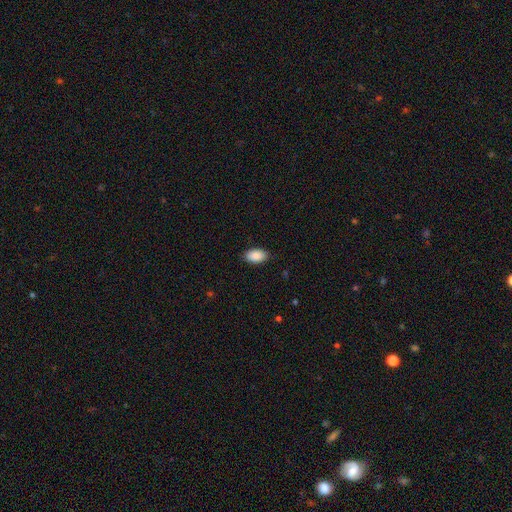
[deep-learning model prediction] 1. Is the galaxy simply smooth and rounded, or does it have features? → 90% smooth, 7% star or artifact, 4% featured or disk.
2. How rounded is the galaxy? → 94% in between, 4% round, 2% cigar-shaped.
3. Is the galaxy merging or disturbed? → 86% none, 11% minor disturbance, 2% major disturbance, 1% merger.